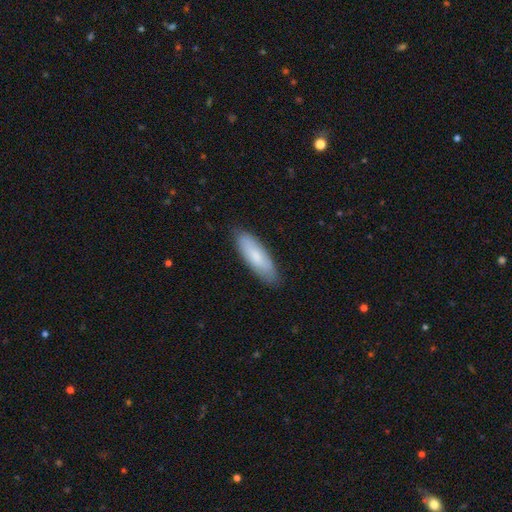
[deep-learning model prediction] Q: Smooth or featured?
A: smooth (77%); runner-up: featured or disk (18%)
Q: How rounded?
A: in between (55%); runner-up: cigar-shaped (44%)
Q: Merging?
A: none (84%); runner-up: minor disturbance (12%)